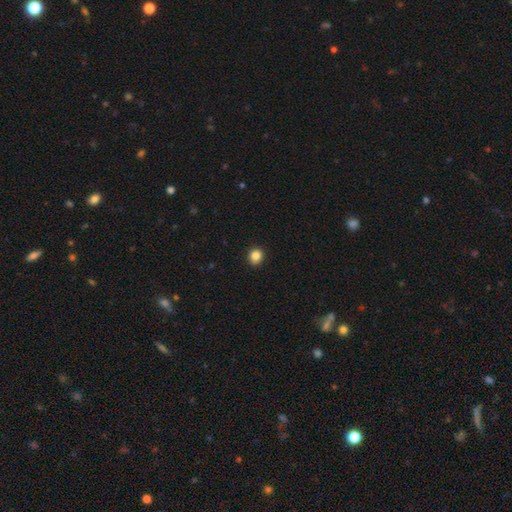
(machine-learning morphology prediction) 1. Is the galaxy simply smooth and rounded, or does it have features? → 85% smooth, 11% star or artifact, 4% featured or disk.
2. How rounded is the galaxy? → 85% round, 14% in between, 1% cigar-shaped.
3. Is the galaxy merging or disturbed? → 92% none, 6% minor disturbance, 2% major disturbance, 1% merger.